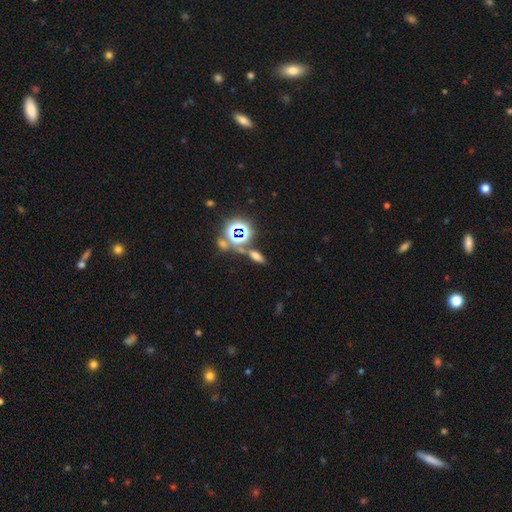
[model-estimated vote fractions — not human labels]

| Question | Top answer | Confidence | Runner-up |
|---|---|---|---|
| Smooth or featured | smooth | 51% | star or artifact (34%) |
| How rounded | in between | 53% | cigar-shaped (35%) |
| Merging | none | 70% | merger (14%) |